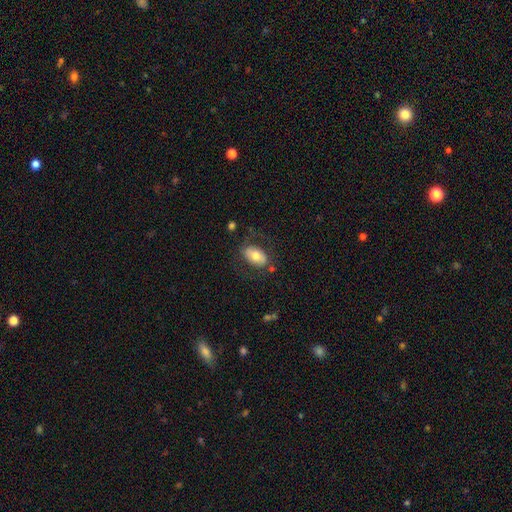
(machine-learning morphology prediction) Smooth or featured? Predicted: smooth (p=0.65). How rounded? Predicted: in between (p=0.91). Merging? Predicted: none (p=0.70).